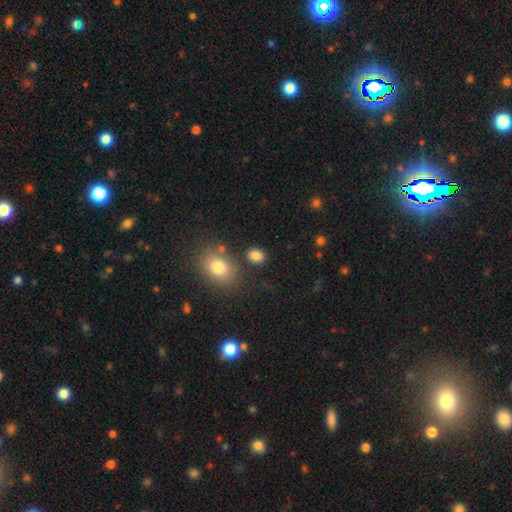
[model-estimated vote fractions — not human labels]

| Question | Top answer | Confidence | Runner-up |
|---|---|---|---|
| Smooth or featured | smooth | 84% | star or artifact (11%) |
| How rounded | in between | 60% | round (39%) |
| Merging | none | 81% | minor disturbance (10%) |